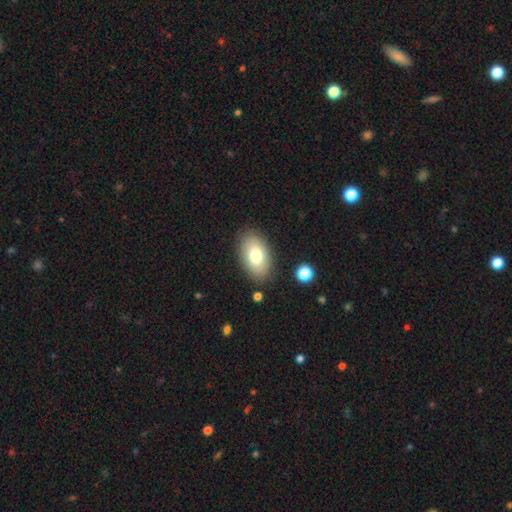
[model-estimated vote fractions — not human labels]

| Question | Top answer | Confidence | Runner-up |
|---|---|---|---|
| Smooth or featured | smooth | 74% | featured or disk (19%) |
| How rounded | in between | 92% | round (6%) |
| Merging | none | 84% | minor disturbance (11%) |